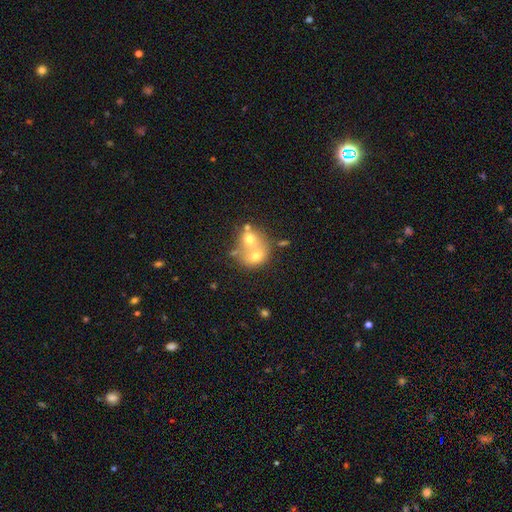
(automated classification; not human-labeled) This appears to be a smooth galaxy with no disk features (61%) that is round (65%). Merging: merger (72%).